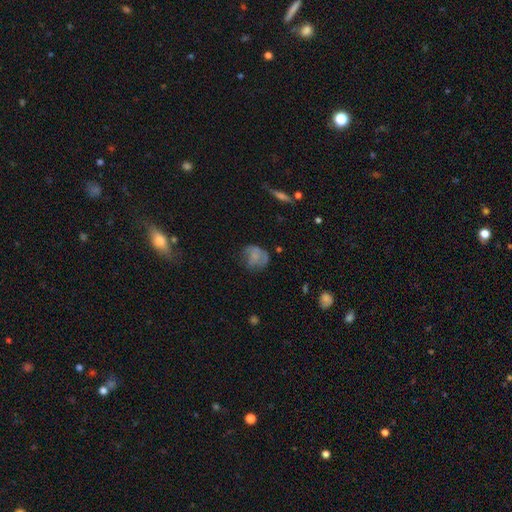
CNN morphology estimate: This is likely a smooth galaxy (61%). How rounded: likely round (61%). Merging: possibly none (48%).